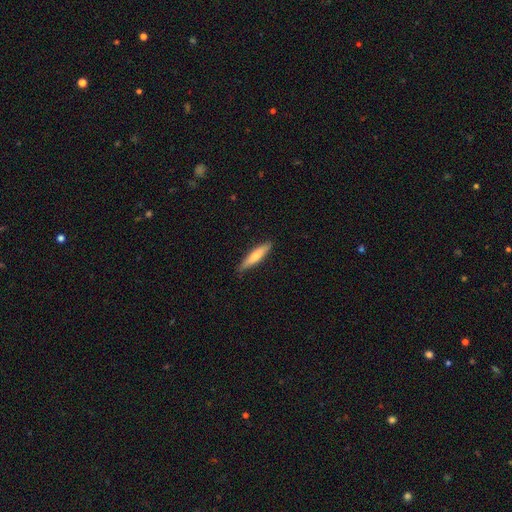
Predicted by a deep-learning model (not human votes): Smooth or featured: smooth — 69% (featured or disk — 26%)
How rounded: cigar-shaped — 84% (in between — 15%)
Merging: none — 87% (minor disturbance — 11%)